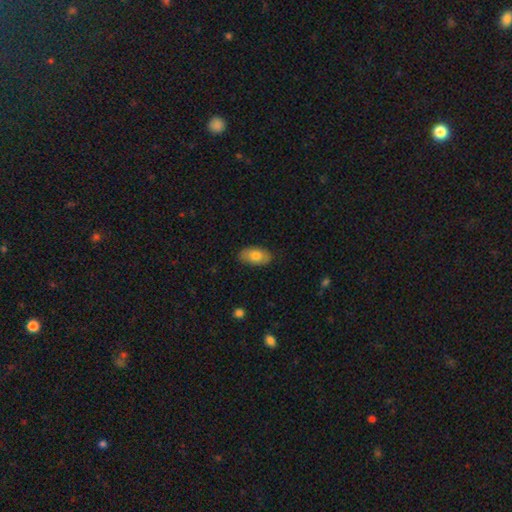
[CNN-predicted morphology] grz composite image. It shows a smooth galaxy with no disk features (74%) that is in between round and cigar-shaped (93%). Merging: none (83%).